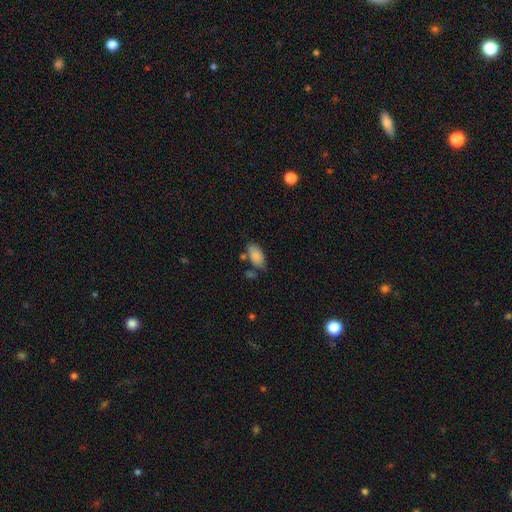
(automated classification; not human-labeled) Smooth or featured? smooth (86%)
How rounded? in between (93%)
Merging? none (61%)